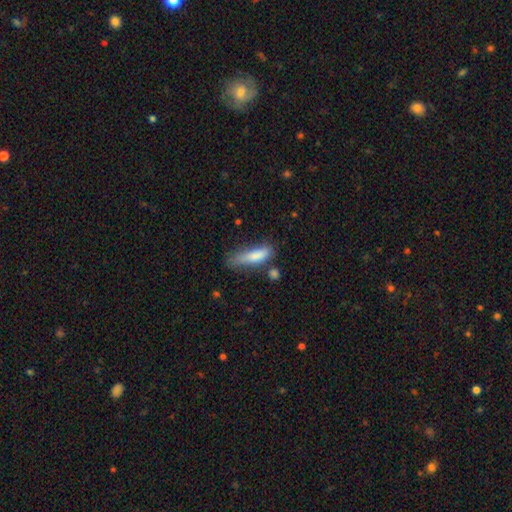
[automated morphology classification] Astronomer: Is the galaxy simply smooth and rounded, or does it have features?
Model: smooth — 80%.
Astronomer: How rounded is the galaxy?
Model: cigar-shaped — 64%.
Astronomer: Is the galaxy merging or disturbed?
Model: none — 44% (runner-up: minor disturbance, 32%).